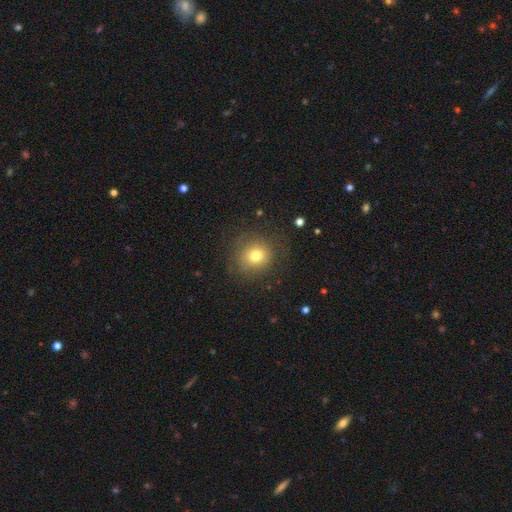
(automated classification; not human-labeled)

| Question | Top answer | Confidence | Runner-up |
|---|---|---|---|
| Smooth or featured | smooth | 75% | star or artifact (14%) |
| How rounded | round | 85% | in between (14%) |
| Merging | none | 81% | minor disturbance (12%) |